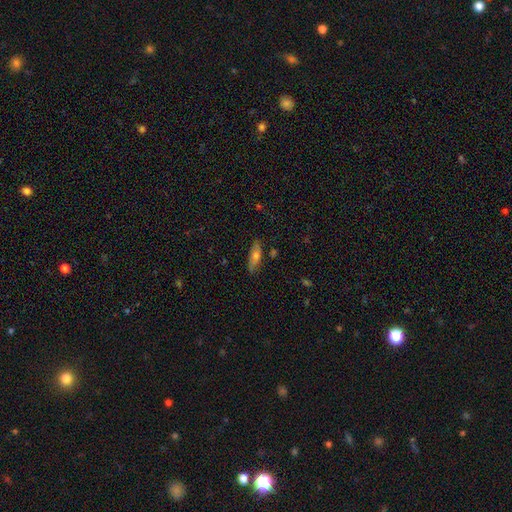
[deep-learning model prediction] A smooth galaxy with no disk features (60%) that is in between round and cigar-shaped (61%).

Vote fractions:
- Smooth or featured? smooth: 60% / featured or disk: 32% / star or artifact: 8%
- How rounded? in between: 61% / cigar-shaped: 36% / round: 3%
- Merging? none: 80% / minor disturbance: 16% / major disturbance: 3% / merger: 2%